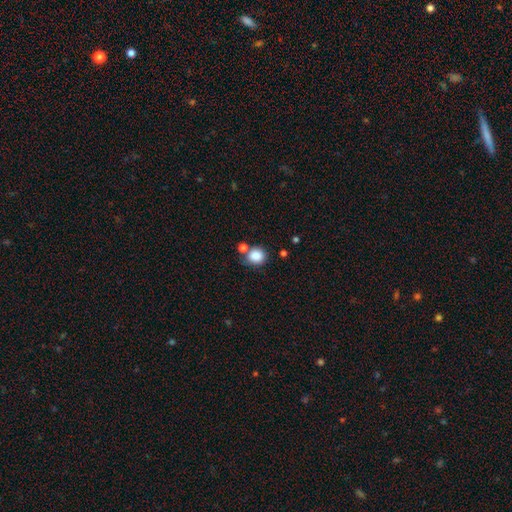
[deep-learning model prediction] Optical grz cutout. It shows a smooth galaxy with no disk features (86%) that is round (77%). Merging: none (60%).